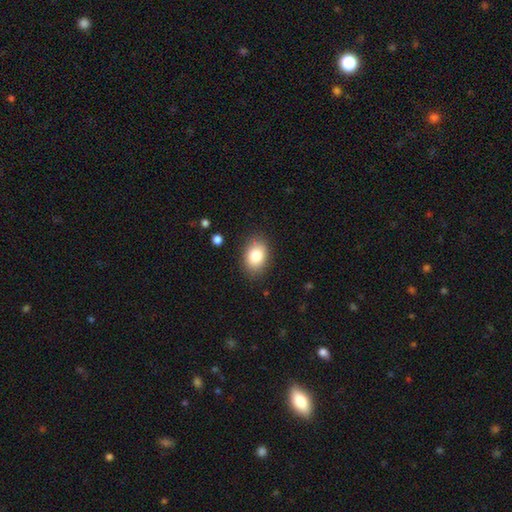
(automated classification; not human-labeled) smooth 83%, featured or disk 9%, star or artifact 8%. Down the decision tree: how rounded — in between (79%); merging — none (85%).